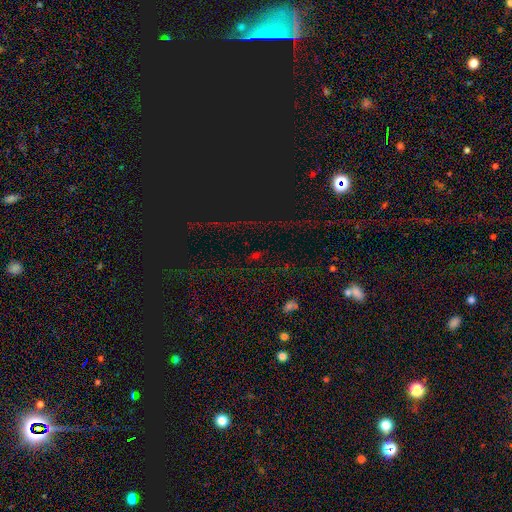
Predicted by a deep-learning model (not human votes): Overall: star or artifact (68%).